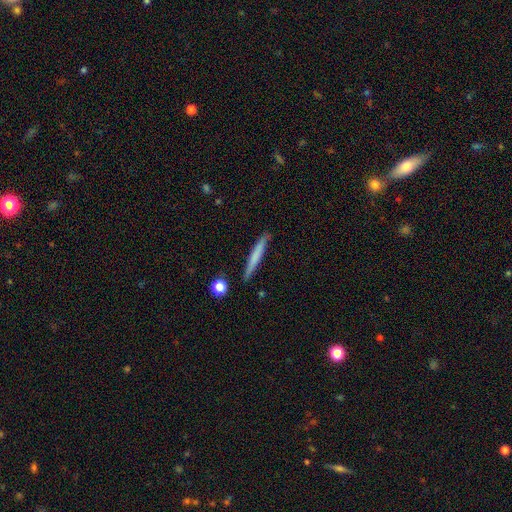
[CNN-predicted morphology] This appears to be a smooth galaxy with no disk features (63%) that is cigar-shaped (96%). Merging: none (86%).